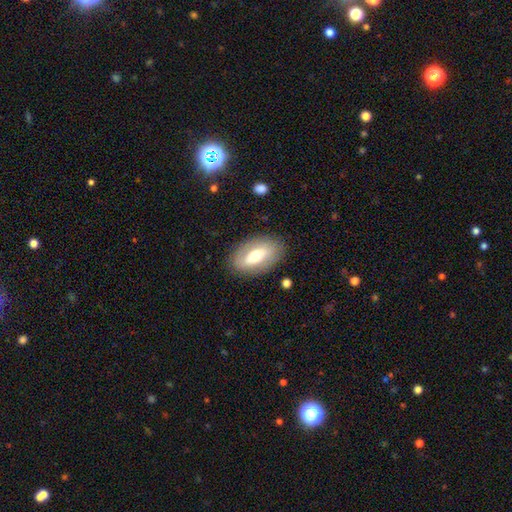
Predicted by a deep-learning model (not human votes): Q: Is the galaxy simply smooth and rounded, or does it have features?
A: smooth — 48%.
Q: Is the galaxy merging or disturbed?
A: none — 83%.